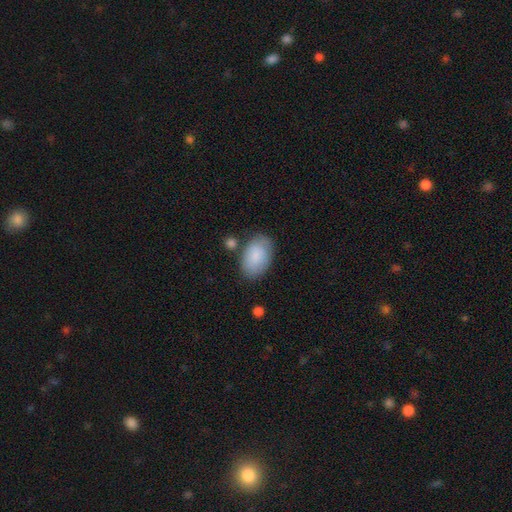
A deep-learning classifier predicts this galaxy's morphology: Smooth or featured?
  - smooth: 84% *
  - featured or disk: 10%
  - star or artifact: 6%
How rounded?
  - in between: 93% *
  - round: 6%
  - cigar-shaped: 1%
Merging?
  - none: 72% *
  - minor disturbance: 17%
  - merger: 6%
  - major disturbance: 5%